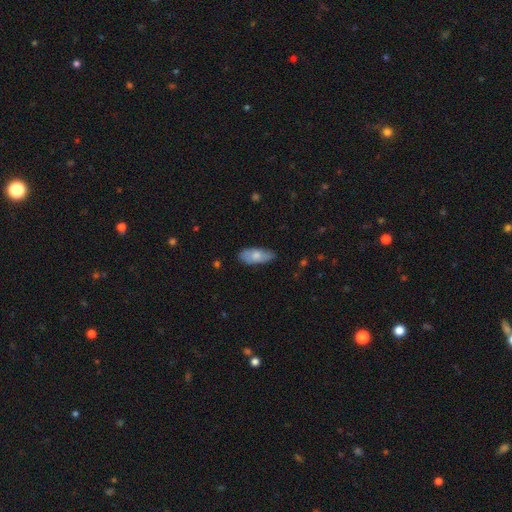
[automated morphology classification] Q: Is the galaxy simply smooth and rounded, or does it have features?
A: smooth — 71%.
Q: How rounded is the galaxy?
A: in between — 84%.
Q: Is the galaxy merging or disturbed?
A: none — 74%.